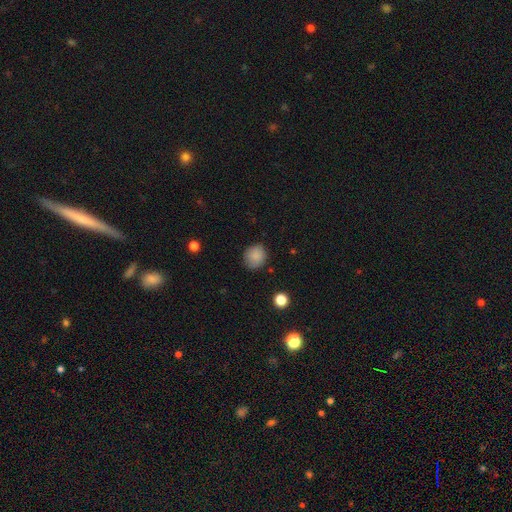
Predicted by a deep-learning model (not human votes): A smooth galaxy with no disk features (87%) that is round (75%). Merging: none (83%).